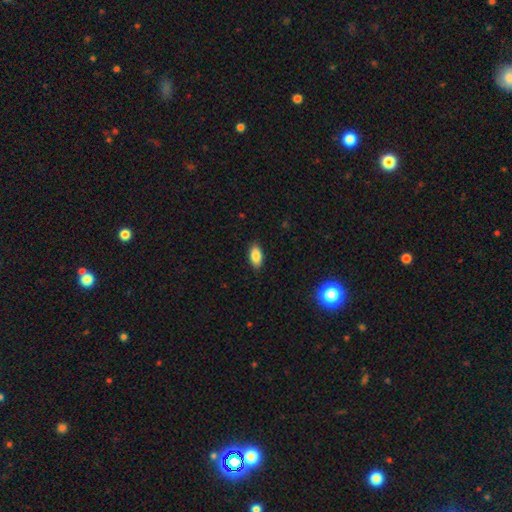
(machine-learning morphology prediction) Q: Smooth or featured?
A: smooth (87%); runner-up: star or artifact (8%)
Q: How rounded?
A: in between (91%); runner-up: cigar-shaped (6%)
Q: Merging?
A: none (88%); runner-up: minor disturbance (9%)